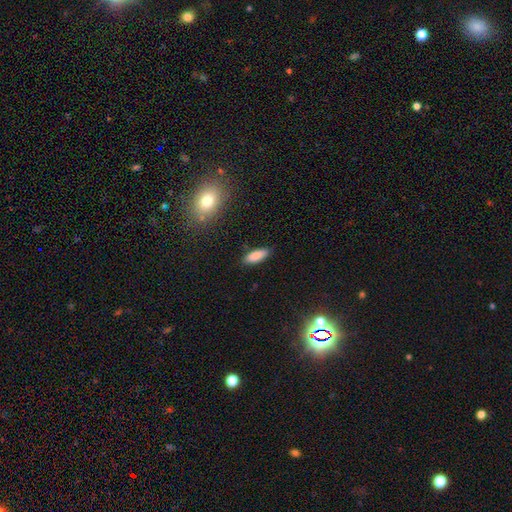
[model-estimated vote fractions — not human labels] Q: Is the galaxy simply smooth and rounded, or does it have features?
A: smooth — 85%.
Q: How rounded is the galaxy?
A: in between — 69%.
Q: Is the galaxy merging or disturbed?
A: none — 86%.